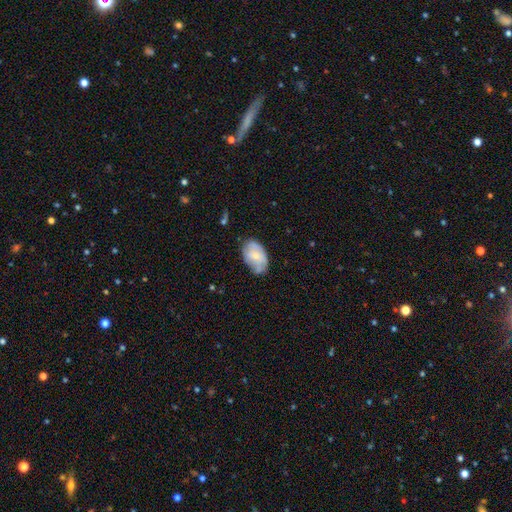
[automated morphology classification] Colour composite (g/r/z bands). It shows a smooth galaxy with no disk features (55%) that is in between round and cigar-shaped (91%). Merging: none (60%).